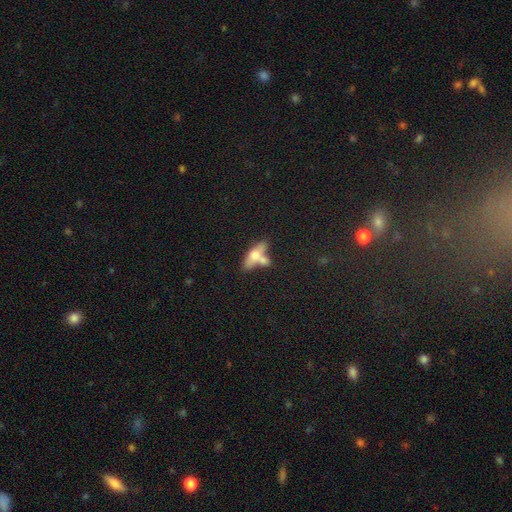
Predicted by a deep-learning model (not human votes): The model was most divided on "merging": merger: 46%, none: 33%, minor disturbance: 13%, major disturbance: 8%. More confident: how rounded — in between (60%); smooth or featured — smooth (53%).